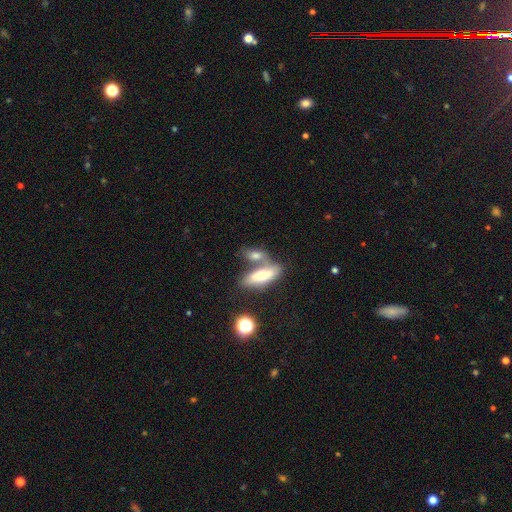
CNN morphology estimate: smooth-or-featured: smooth: 64% | featured or disk: 27% | star or artifact: 8%
  how-rounded: in between: 67% | cigar-shaped: 28% | round: 5%
  merging: merger: 48% | none: 38% | minor disturbance: 10% | major disturbance: 4%